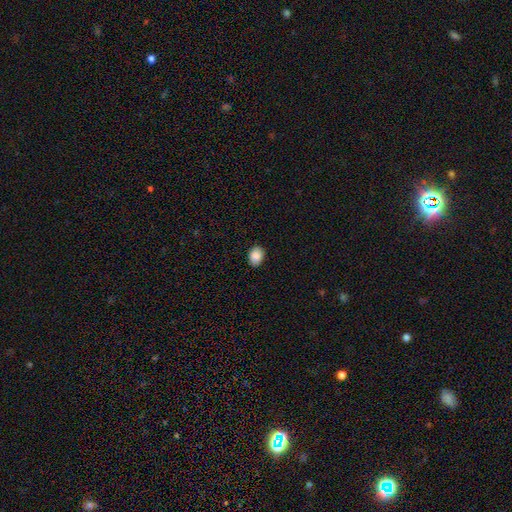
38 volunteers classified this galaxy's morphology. Volunteers were most divided on "how rounded": round: 59%, in between: 38%, cigar-shaped: 3%. More confident: smooth or featured — smooth (84%); merging — none (81%).